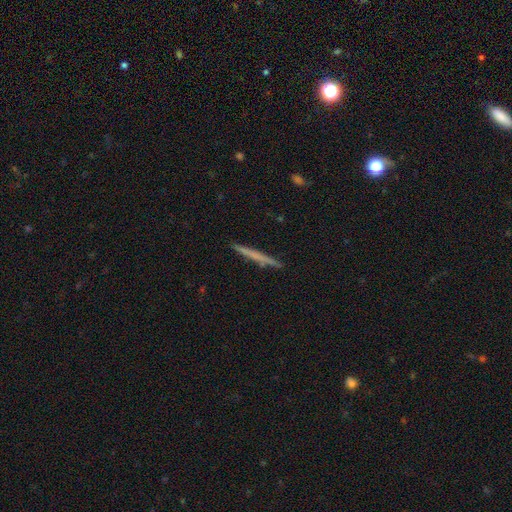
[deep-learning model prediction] The model was most divided on "smooth or featured": smooth: 52%, featured or disk: 42%, star or artifact: 6%. More confident: how rounded — cigar-shaped (97%); merging — none (90%).